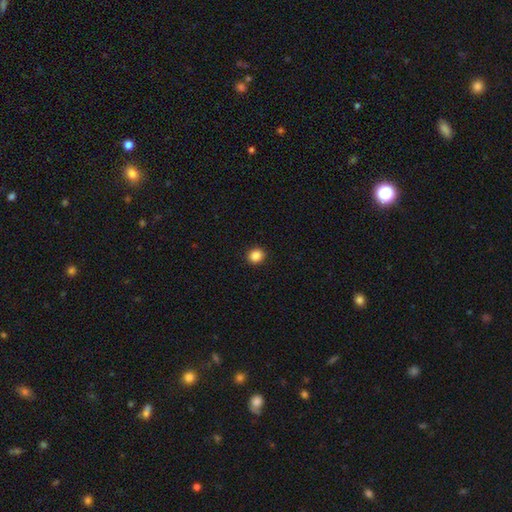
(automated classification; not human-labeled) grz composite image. It shows a smooth galaxy with no disk features (87%) that is round (83%). Merging: none (92%).